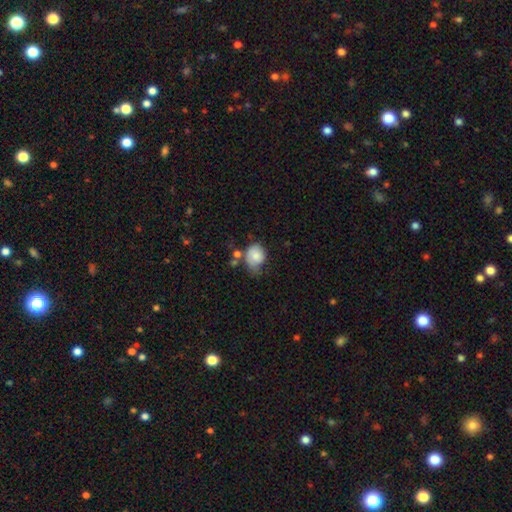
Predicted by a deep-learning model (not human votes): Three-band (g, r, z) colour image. It shows a smooth galaxy with no disk features (77%) that is round (54%). Merging: minor disturbance (36%).